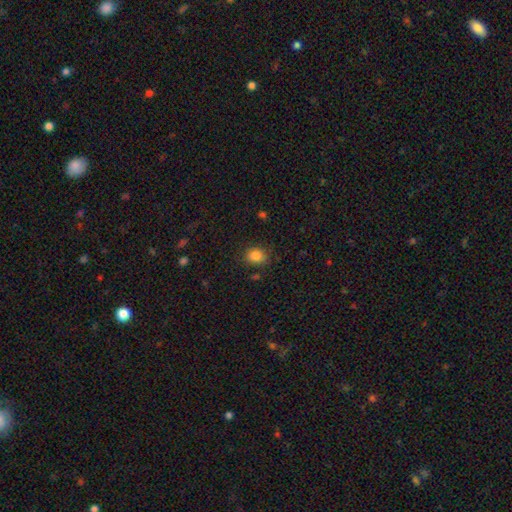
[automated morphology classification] This appears to be a smooth galaxy with no disk features (84%) that is round (60%). Merging: none (82%).